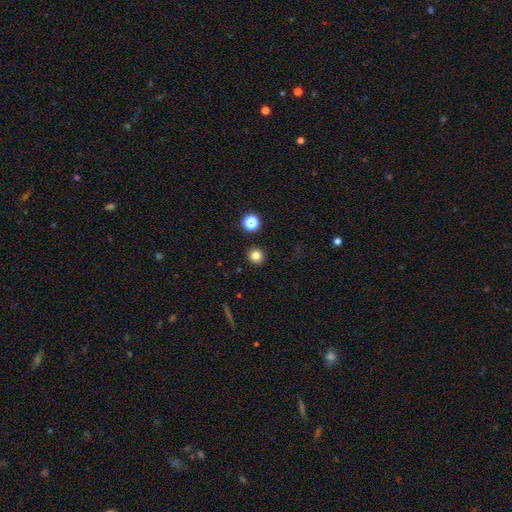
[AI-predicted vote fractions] smooth 80%, star or artifact 14%, featured or disk 6%. Down the decision tree: how rounded — round (94%); merging — none (92%).